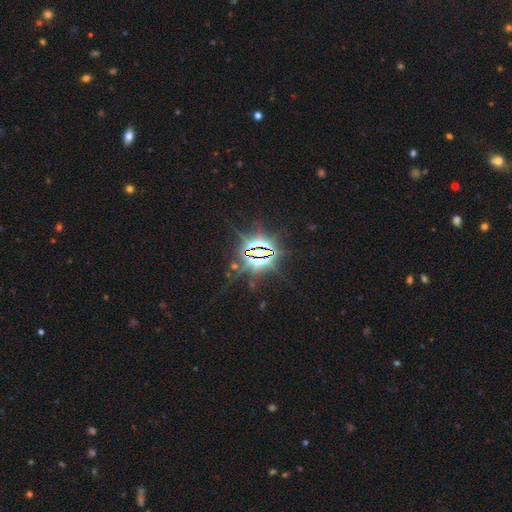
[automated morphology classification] A star or artifact, not a galaxy (85%).

Vote fractions:
- Smooth or featured? star or artifact: 85% / featured or disk: 8% / smooth: 7%